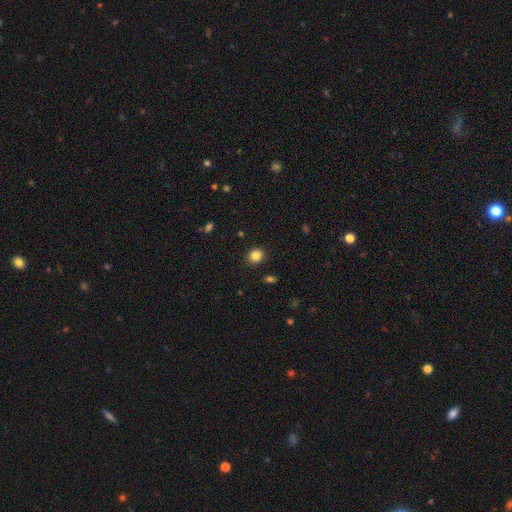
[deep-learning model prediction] Overall: smooth (84%). How rounded: round (74%). Merging: none (90%).